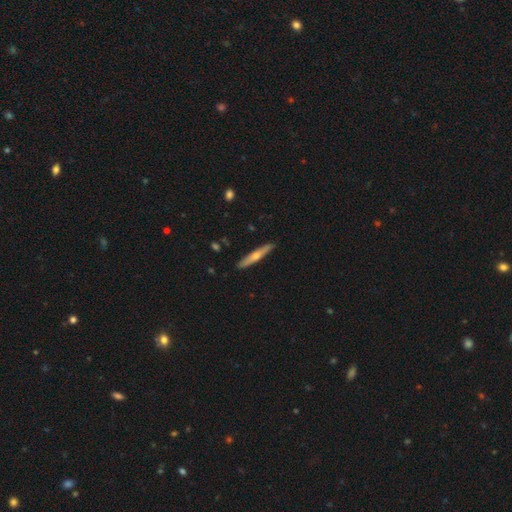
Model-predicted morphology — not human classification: Smooth or featured: featured or disk — 56% (smooth — 38%)
Edge-on disk: yes — 93% (no — 7%)
Edge-on bulge: rounded — 84% (none — 14%)
Merging: none — 90% (minor disturbance — 7%)